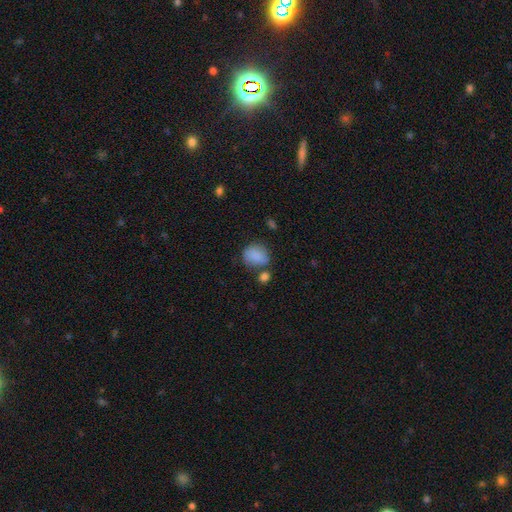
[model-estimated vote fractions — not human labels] A smooth galaxy with no disk features (85%) that is round (52%). Merging: none (57%).